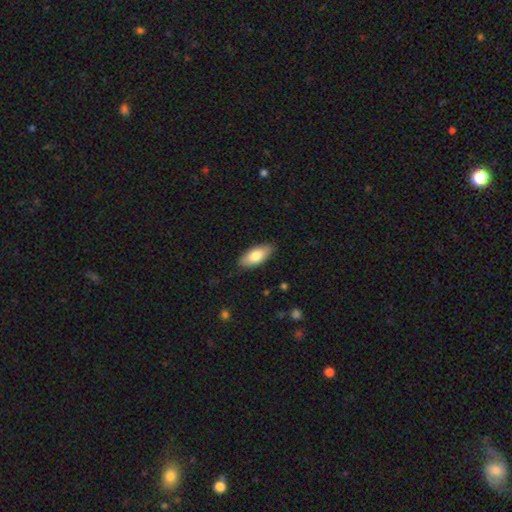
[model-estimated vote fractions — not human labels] A smooth galaxy with no disk features (79%) that is in between round and cigar-shaped (88%).

Vote fractions:
- Smooth or featured? smooth: 79% / featured or disk: 15% / star or artifact: 6%
- How rounded? in between: 88% / cigar-shaped: 10% / round: 2%
- Merging? none: 87% / minor disturbance: 10% / major disturbance: 2% / merger: 1%